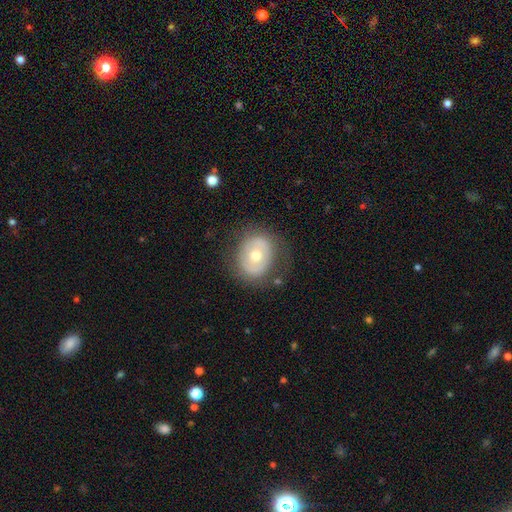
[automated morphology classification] smooth_or_featured: smooth (p=0.51) [alt: featured or disk p=0.42]
how_rounded: round (p=0.63) [alt: in between p=0.36]
merging: none (p=0.75) [alt: minor disturbance p=0.15]